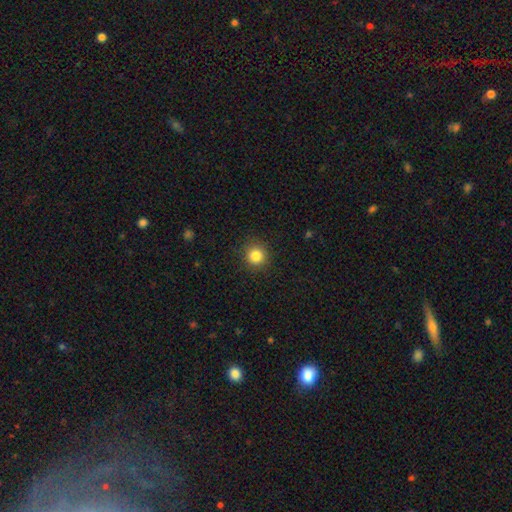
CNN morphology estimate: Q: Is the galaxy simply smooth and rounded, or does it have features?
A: smooth — 84%.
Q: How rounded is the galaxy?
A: round — 93%.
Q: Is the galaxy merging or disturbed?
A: none — 91%.